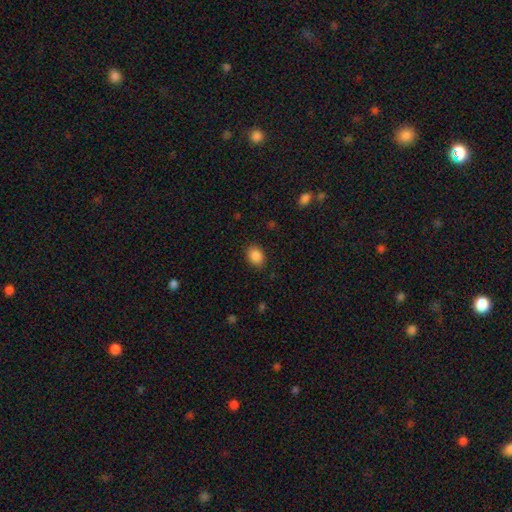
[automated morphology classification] This is clearly a smooth galaxy (88%). How rounded: likely in between (65%). Merging: clearly none (87%).